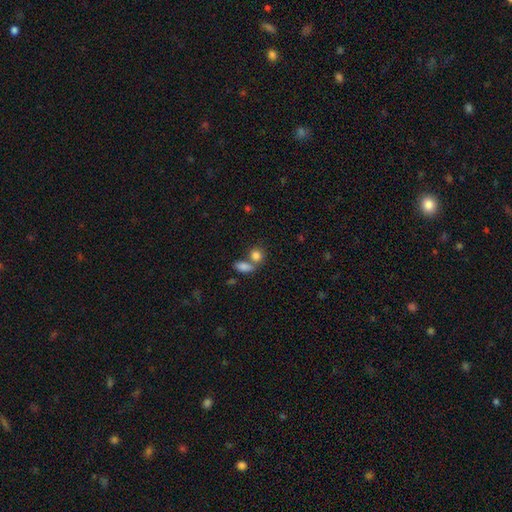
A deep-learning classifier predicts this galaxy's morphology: A smooth galaxy with no disk features (83%) that is round (54%). Merging: none (44%).